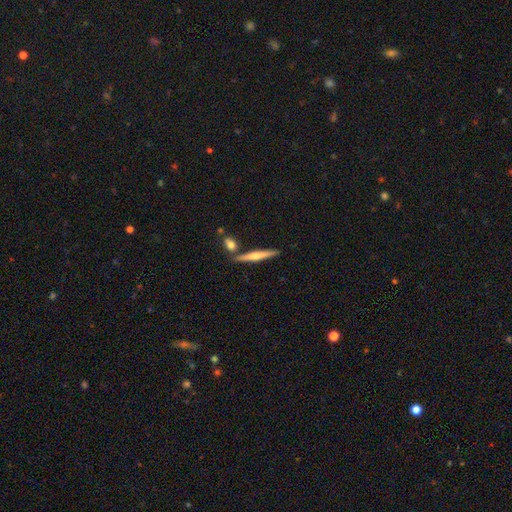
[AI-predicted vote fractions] This appears to be a featured or disk galaxy (48%). Merging: none (80%).